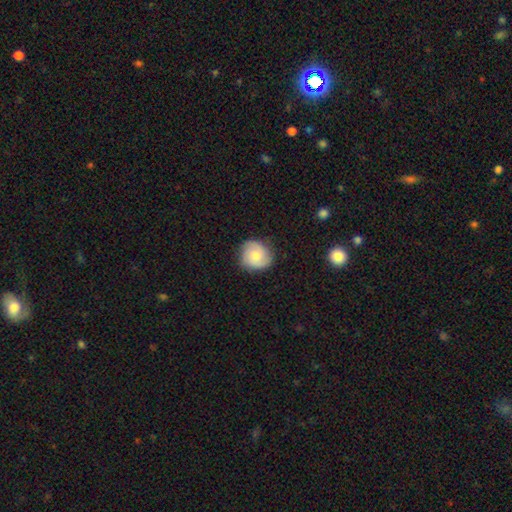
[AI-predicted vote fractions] Smooth or featured? smooth (59%)
How rounded? round (81%)
Merging? none (79%)